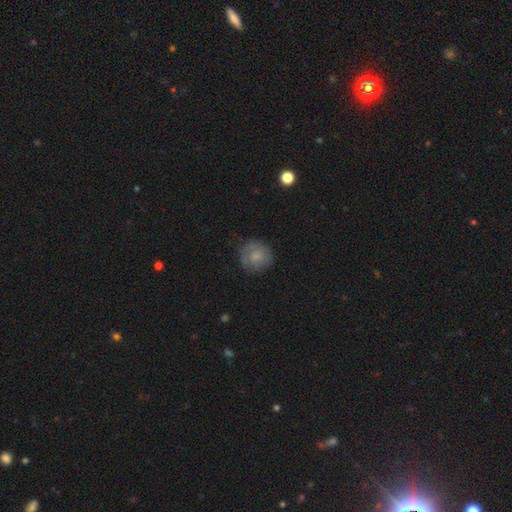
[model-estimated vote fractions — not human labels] A smooth galaxy with no disk features (74%) that is round (89%).

Vote fractions:
- Smooth or featured? smooth: 74% / featured or disk: 18% / star or artifact: 8%
- How rounded? round: 89% / in between: 10% / cigar-shaped: 1%
- Merging? none: 76% / minor disturbance: 17% / major disturbance: 6% / merger: 1%